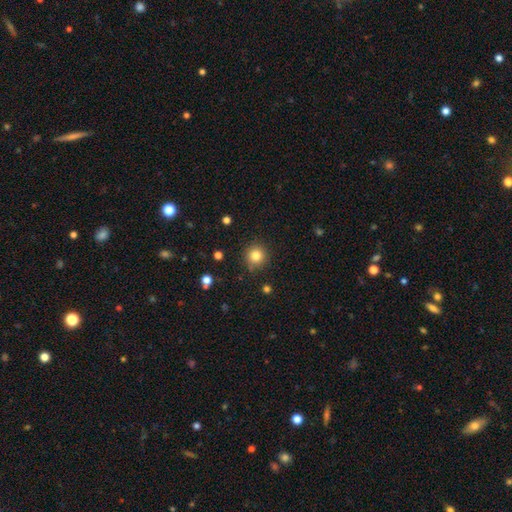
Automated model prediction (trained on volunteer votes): Smooth or featured? smooth (82%)
How rounded? round (94%)
Merging? none (87%)